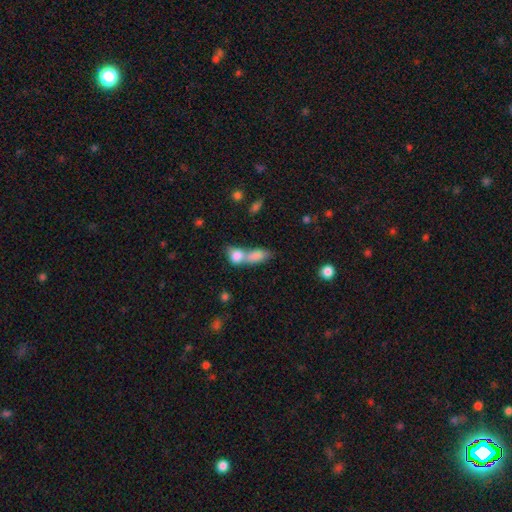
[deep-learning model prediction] Smooth or featured? Predicted: smooth (p=0.81). How rounded? Predicted: in between (p=0.77). Merging? Predicted: merger (p=0.67).